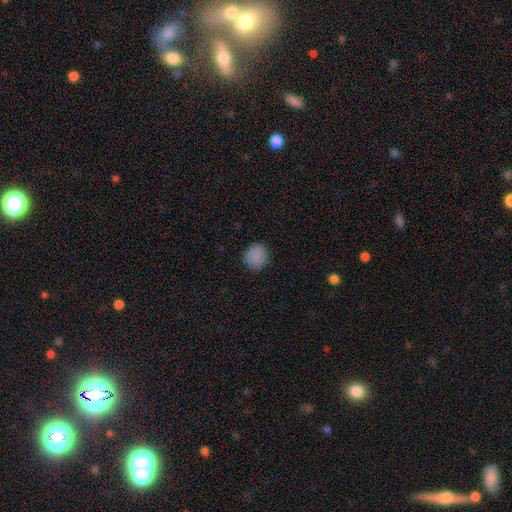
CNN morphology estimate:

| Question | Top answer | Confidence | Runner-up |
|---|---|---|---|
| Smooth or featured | smooth | 85% | star or artifact (10%) |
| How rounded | round | 81% | in between (18%) |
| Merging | none | 86% | minor disturbance (11%) |